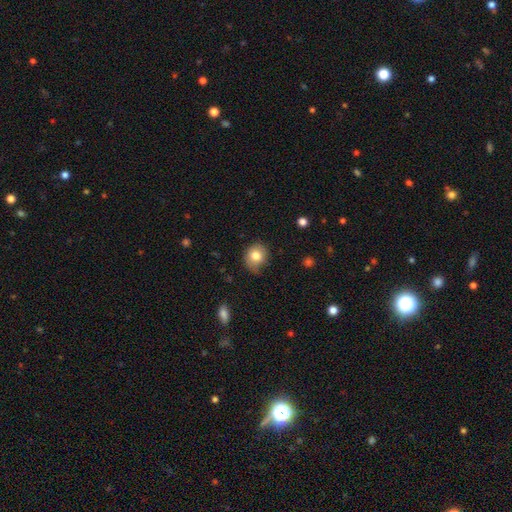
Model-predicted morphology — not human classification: Overall: smooth (79%). How rounded: round (71%). Merging: none (67%).